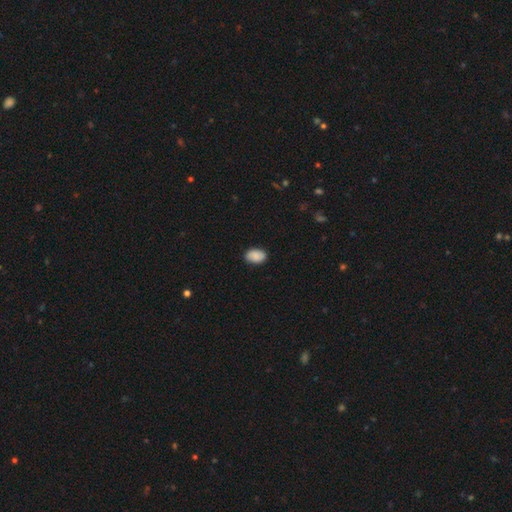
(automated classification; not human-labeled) This appears to be a smooth galaxy with no disk features (87%) that is in between round and cigar-shaped (87%). Merging: none (85%).